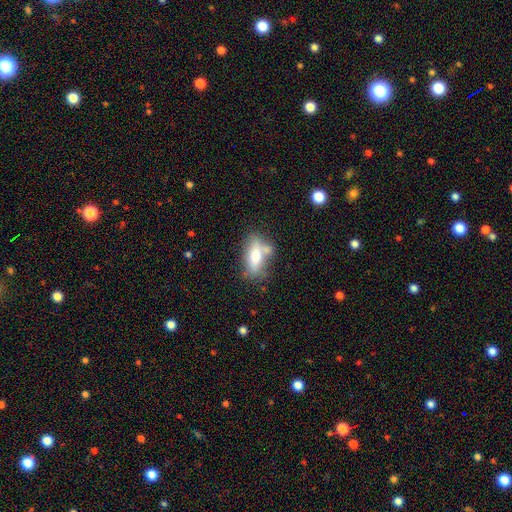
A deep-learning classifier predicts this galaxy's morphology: Smooth or featured? smooth (61%)
How rounded? in between (69%)
Merging? none (57%)